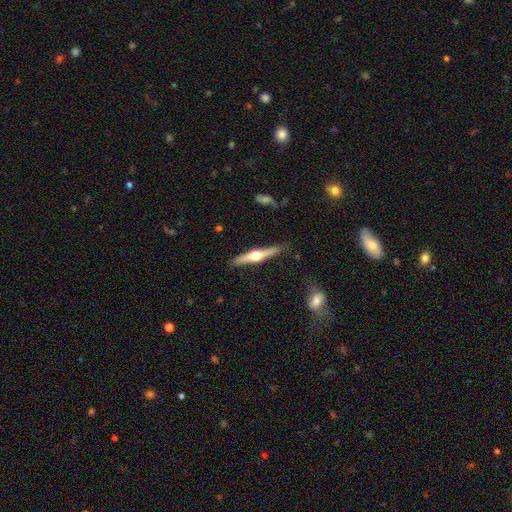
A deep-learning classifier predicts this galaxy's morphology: This appears to be a featured or disk galaxy (69%) viewed edge-on (97%) with a rounded central bulge (95%). Merging: none (86%).